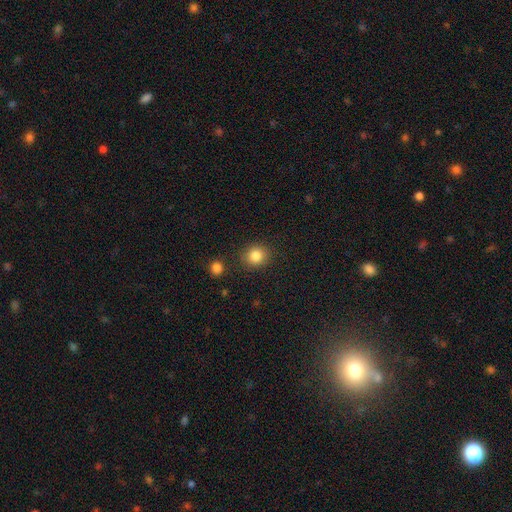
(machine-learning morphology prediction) A smooth galaxy with no disk features (85%) that is round (83%). Merging: none (85%).